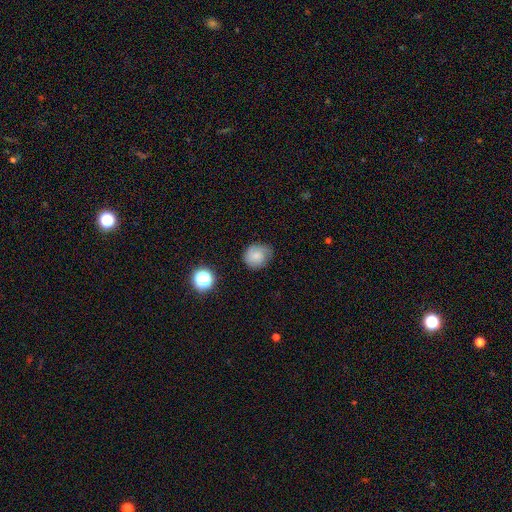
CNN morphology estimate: A smooth galaxy with no disk features (73%) that is round (74%).

Vote fractions:
- Smooth or featured? smooth: 73% / featured or disk: 15% / star or artifact: 11%
- How rounded? round: 74% / in between: 25% / cigar-shaped: 1%
- Merging? none: 61% / minor disturbance: 30% / major disturbance: 7% / merger: 2%